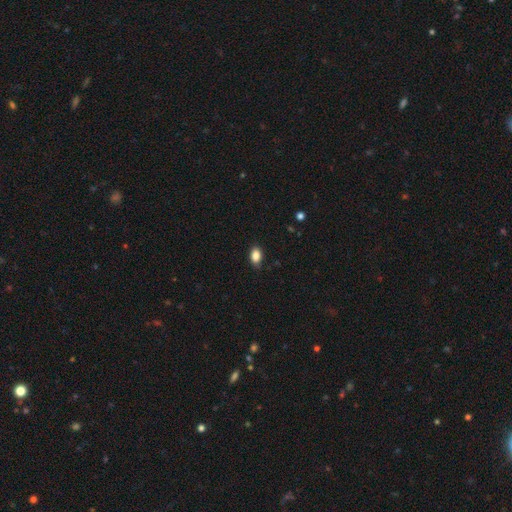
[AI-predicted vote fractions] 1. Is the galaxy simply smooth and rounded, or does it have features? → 87% smooth, 9% star or artifact, 4% featured or disk.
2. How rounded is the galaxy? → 87% in between, 11% round, 2% cigar-shaped.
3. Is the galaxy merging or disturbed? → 81% none, 15% minor disturbance, 2% major disturbance, 1% merger.